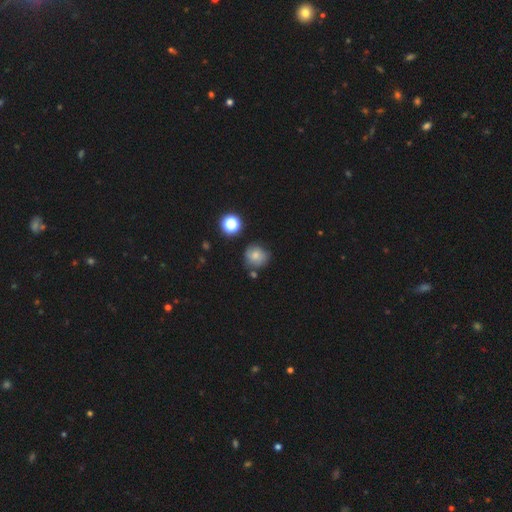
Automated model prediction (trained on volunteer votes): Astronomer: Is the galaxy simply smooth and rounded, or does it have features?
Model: smooth — 69%.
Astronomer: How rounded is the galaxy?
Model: round — 85%.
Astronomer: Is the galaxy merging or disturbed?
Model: none — 66%.